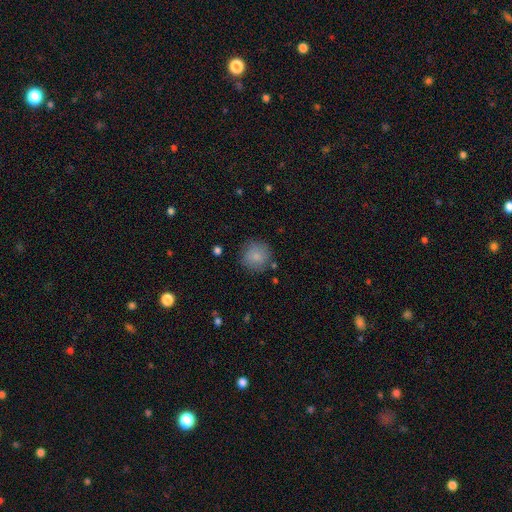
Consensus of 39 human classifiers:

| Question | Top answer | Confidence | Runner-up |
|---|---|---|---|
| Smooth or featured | smooth | 90% | featured or disk (8%) |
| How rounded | round | 97% | in between (3%) |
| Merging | none | 71% | merger (13%) |